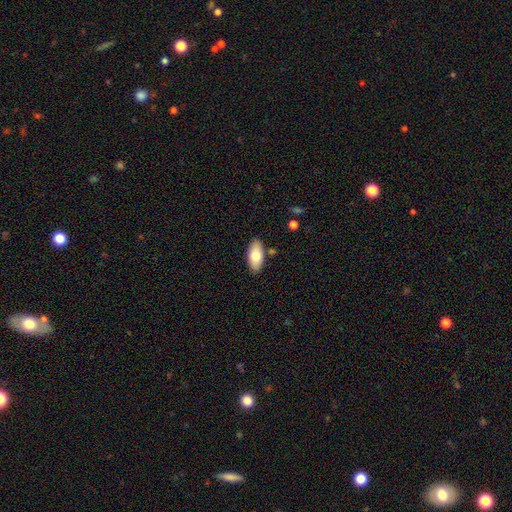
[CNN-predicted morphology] The model was most divided on "smooth or featured": smooth: 77%, featured or disk: 17%, star or artifact: 6%. More confident: how rounded — in between (92%); merging — none (86%).